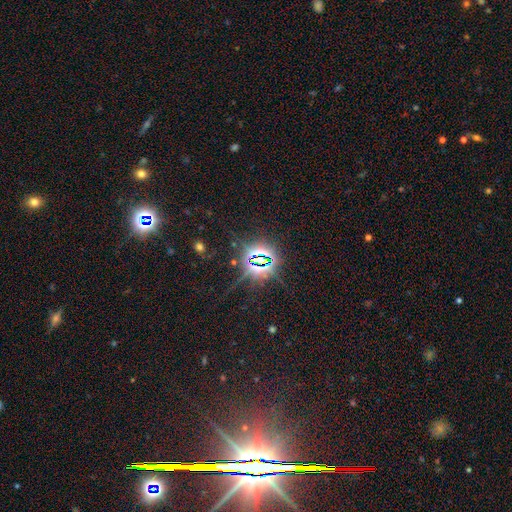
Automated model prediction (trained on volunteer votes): Q: Smooth or featured?
A: star or artifact (83%); runner-up: smooth (10%)